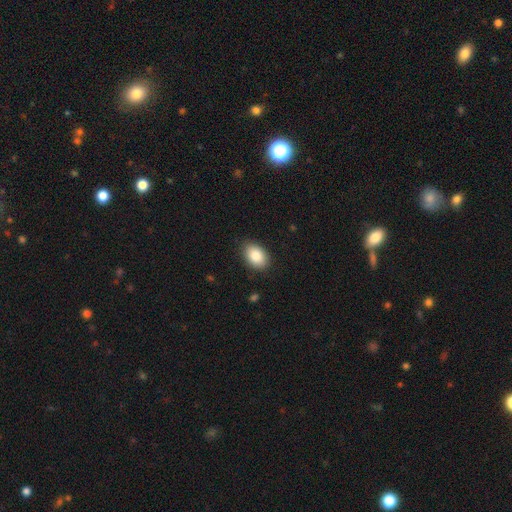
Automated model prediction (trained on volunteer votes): Smooth or featured? smooth (85%)
How rounded? in between (86%)
Merging? none (87%)